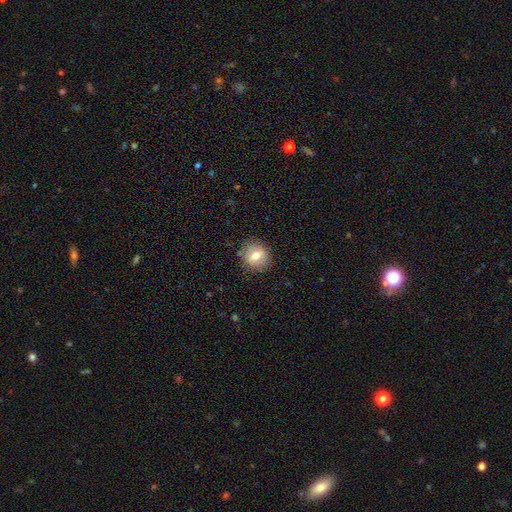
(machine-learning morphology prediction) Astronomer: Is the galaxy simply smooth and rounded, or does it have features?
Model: smooth — 68%.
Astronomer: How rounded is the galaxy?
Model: round — 82%.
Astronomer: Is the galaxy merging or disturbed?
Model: none — 84%.